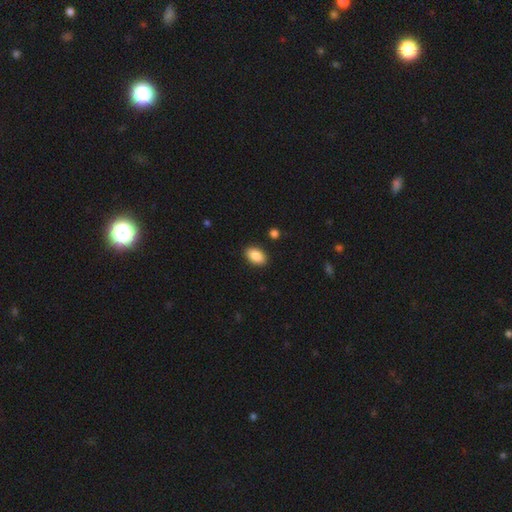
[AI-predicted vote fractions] A smooth galaxy with no disk features (88%) that is in between round and cigar-shaped (91%).

Vote fractions:
- Smooth or featured? smooth: 88% / star or artifact: 7% / featured or disk: 5%
- How rounded? in between: 91% / round: 8% / cigar-shaped: 2%
- Merging? none: 89% / minor disturbance: 7% / major disturbance: 2% / merger: 1%